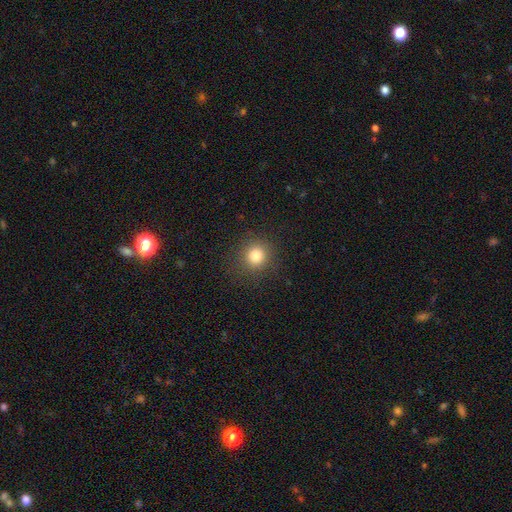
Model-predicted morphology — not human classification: Smooth or featured? smooth (82%)
How rounded? round (91%)
Merging? none (88%)